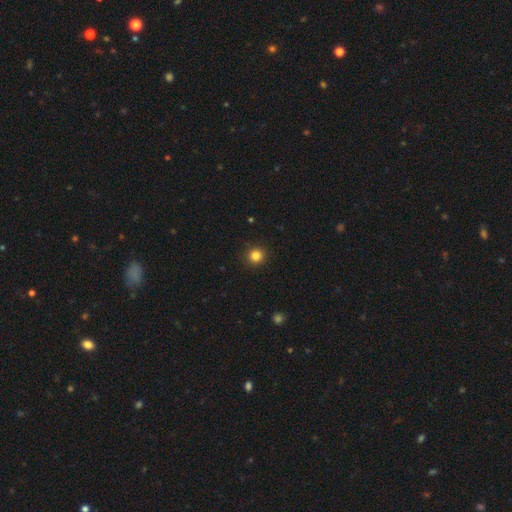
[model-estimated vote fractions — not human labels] Q: Smooth or featured?
A: smooth (84%); runner-up: star or artifact (12%)
Q: How rounded?
A: round (93%); runner-up: in between (6%)
Q: Merging?
A: none (92%); runner-up: minor disturbance (5%)